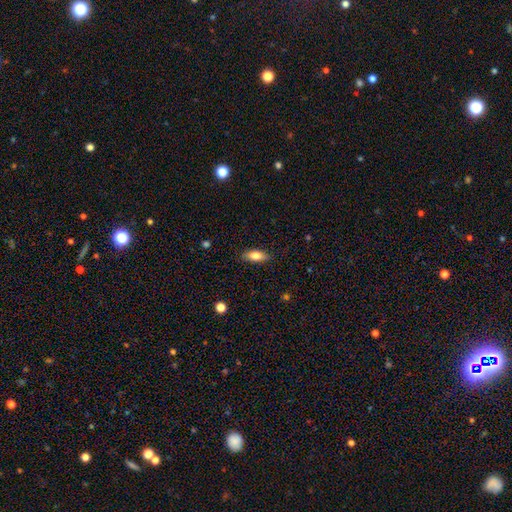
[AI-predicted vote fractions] This appears to be a smooth galaxy with no disk features (75%) that is in between round and cigar-shaped (74%). Merging: none (85%).